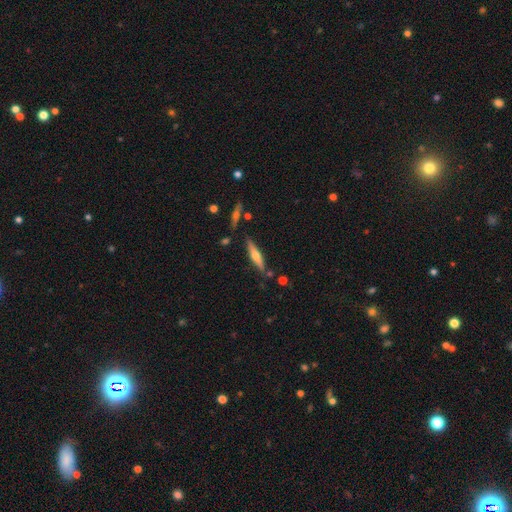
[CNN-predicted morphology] smooth-or-featured: featured or disk: 56% | smooth: 38% | star or artifact: 6%
  disk-edge-on: yes: 95% | no: 5%
    edge-on-bulge: rounded: 88% | none: 6% | boxy: 5%
  merging: none: 82% | minor disturbance: 11% | merger: 5% | major disturbance: 2%